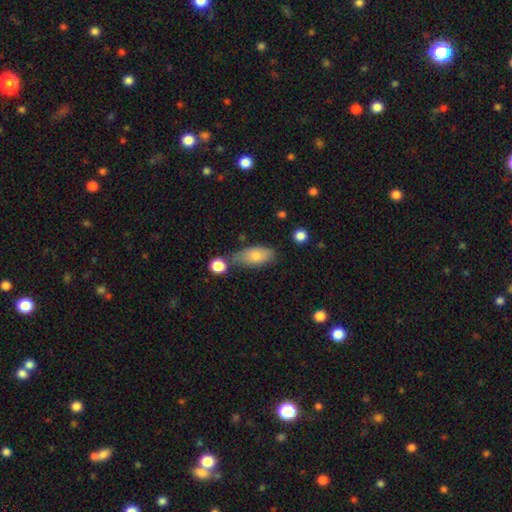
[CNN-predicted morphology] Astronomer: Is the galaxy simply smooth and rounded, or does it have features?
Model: smooth — 76%.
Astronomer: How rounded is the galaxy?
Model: in between — 86%.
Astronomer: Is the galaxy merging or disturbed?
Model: none — 56%.